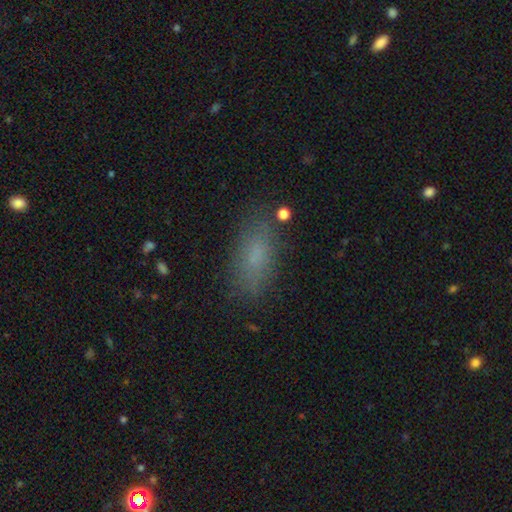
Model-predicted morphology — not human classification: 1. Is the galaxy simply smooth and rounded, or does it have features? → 76% smooth, 12% star or artifact, 12% featured or disk.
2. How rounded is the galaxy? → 80% in between, 16% cigar-shaped, 4% round.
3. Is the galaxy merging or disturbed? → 80% none, 13% minor disturbance, 4% major disturbance, 2% merger.